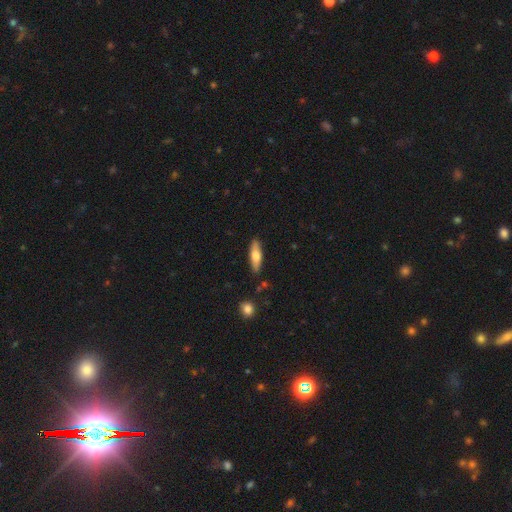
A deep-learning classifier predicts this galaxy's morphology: Smooth or featured: smooth — 65% (featured or disk — 29%)
How rounded: cigar-shaped — 56% (in between — 42%)
Merging: none — 84% (minor disturbance — 11%)